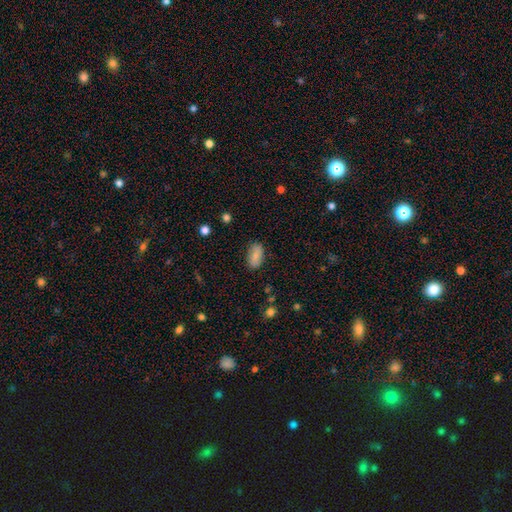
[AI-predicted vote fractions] The model was most divided on "merging": none: 82%, minor disturbance: 13%, major disturbance: 3%, merger: 2%. More confident: how rounded — in between (92%); smooth or featured — smooth (83%).